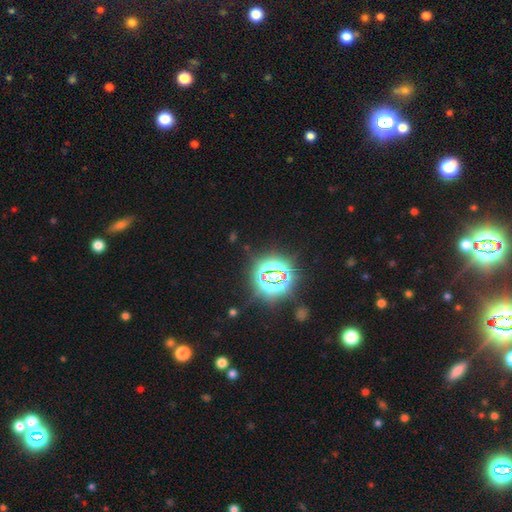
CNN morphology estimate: This appears to be a star or artifact, not a galaxy (79%).